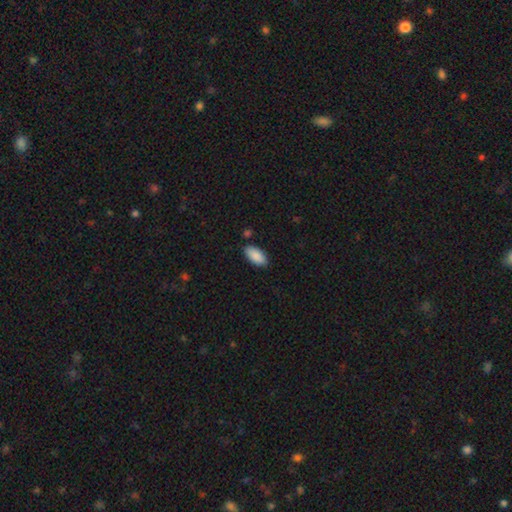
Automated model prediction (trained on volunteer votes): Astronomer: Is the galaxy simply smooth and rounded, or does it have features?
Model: smooth — 90%.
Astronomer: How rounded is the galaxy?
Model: in between — 93%.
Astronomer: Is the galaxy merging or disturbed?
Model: none — 84%.